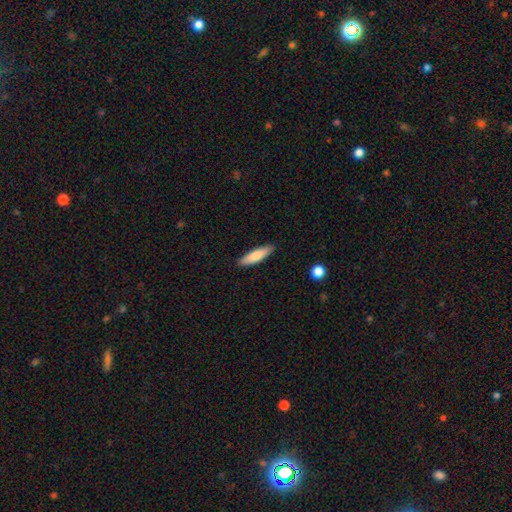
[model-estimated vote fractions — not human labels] Overall: smooth (79%). How rounded: cigar-shaped (66%; in between 32%). Merging: none (89%).